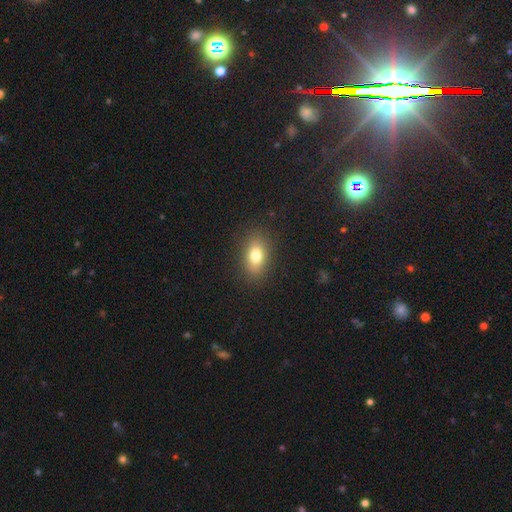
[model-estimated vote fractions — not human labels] Q: Smooth or featured?
A: smooth (77%); runner-up: featured or disk (12%)
Q: How rounded?
A: in between (81%); runner-up: round (15%)
Q: Merging?
A: none (87%); runner-up: minor disturbance (9%)